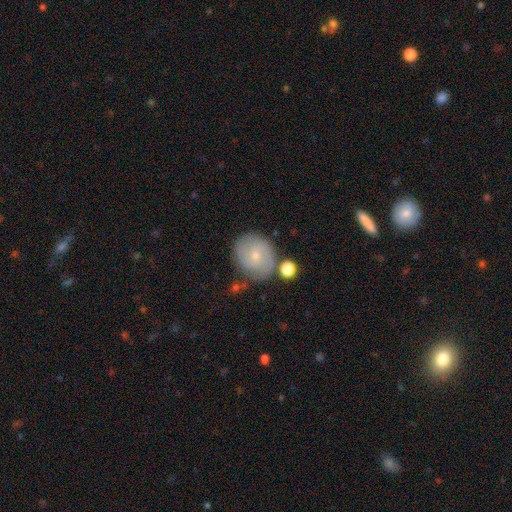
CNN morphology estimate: The model was most divided on "smooth or featured": smooth: 50%, featured or disk: 42%, star or artifact: 8%. More confident: merging — none (68%).